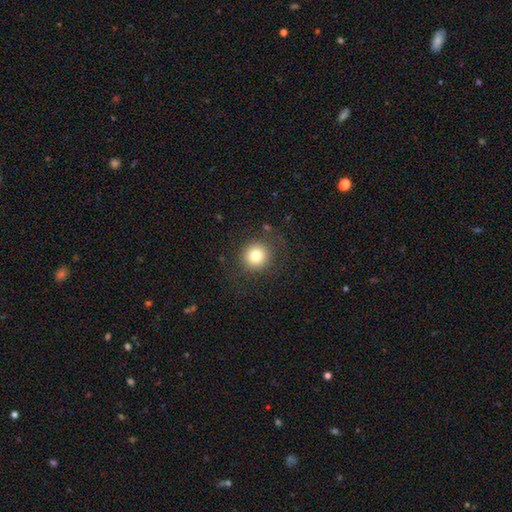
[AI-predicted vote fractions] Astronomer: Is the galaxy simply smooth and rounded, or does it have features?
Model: smooth — 79%.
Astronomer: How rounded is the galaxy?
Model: round — 93%.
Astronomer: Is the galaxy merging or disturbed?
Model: none — 86%.